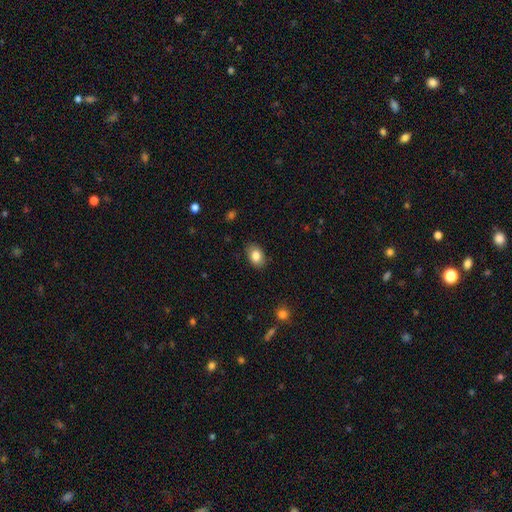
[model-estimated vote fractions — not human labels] This is clearly a smooth galaxy (84%). How rounded: clearly in between (80%). Merging: clearly none (85%).